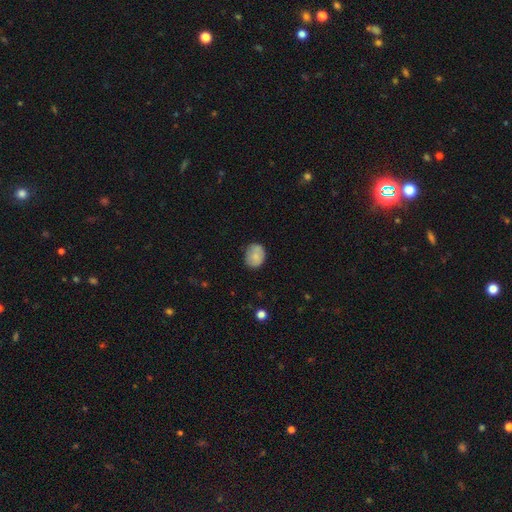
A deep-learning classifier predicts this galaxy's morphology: Q: Smooth or featured?
A: smooth (75%); runner-up: featured or disk (17%)
Q: How rounded?
A: round (54%); runner-up: in between (45%)
Q: Merging?
A: none (67%); runner-up: minor disturbance (25%)